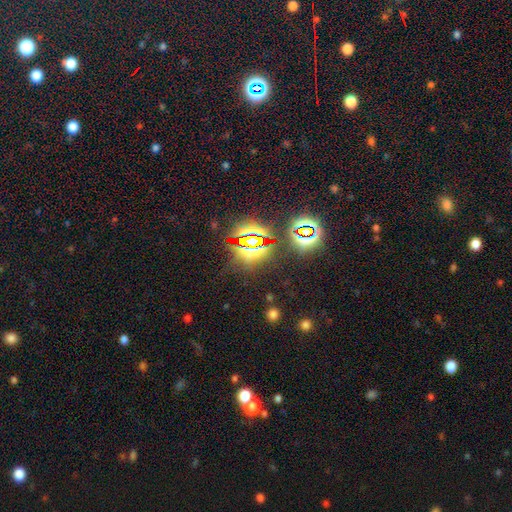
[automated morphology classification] Smooth or featured: star or artifact — 75% (smooth — 16%)